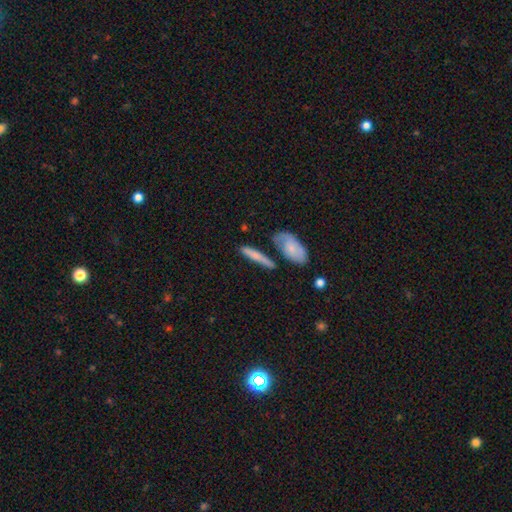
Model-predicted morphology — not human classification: type=smooth (66%); roundness=cigar-shaped (77%); merging=none (61%).